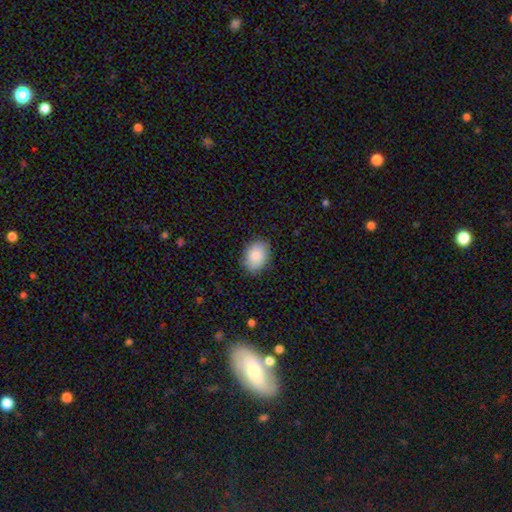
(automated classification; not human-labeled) Smooth or featured? smooth (85%)
How rounded? in between (75%)
Merging? none (85%)